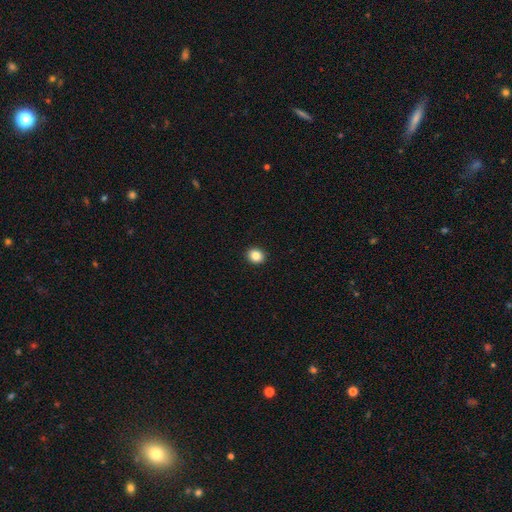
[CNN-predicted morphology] smooth 86%, star or artifact 10%, featured or disk 4%. Down the decision tree: how rounded — round (71%); merging — none (92%).